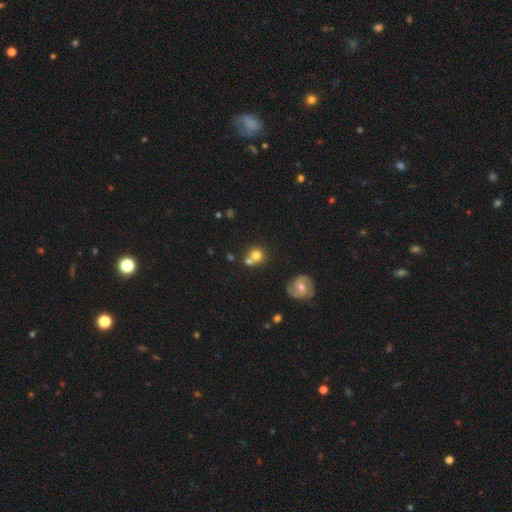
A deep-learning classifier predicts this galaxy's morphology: This appears to be a smooth galaxy with no disk features (73%) that is round (86%). Merging: none (49%).